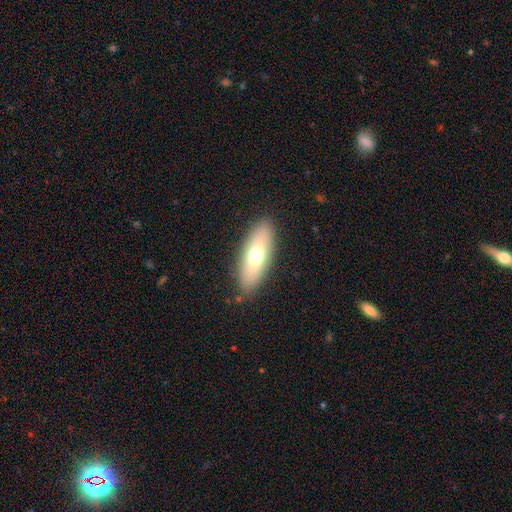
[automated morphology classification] smooth-or-featured: smooth: 66% | featured or disk: 27% | star or artifact: 7%
  how-rounded: in between: 65% | cigar-shaped: 33% | round: 3%
  merging: none: 87% | minor disturbance: 9% | major disturbance: 3% | merger: 1%